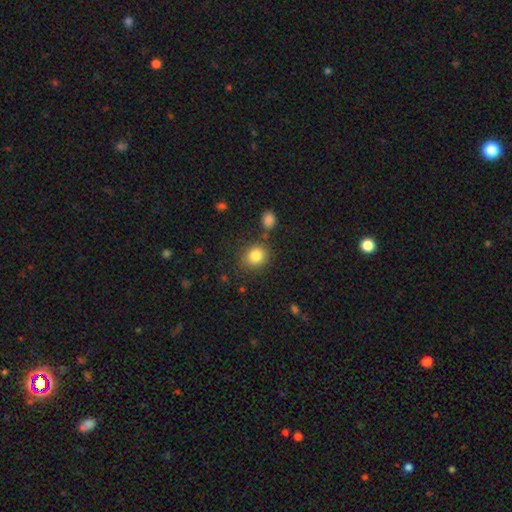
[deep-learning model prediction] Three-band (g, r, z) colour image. It shows a smooth galaxy with no disk features (84%) that is round (67%). Merging: none (77%).